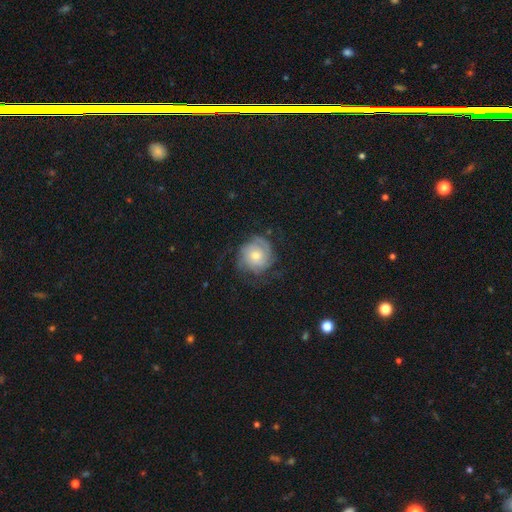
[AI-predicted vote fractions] Overall: featured or disk (63%; smooth 30%). Edge-on disk: no (98%). Bar: no (80%). Spiral arms: yes (87%). Spiral arm count: can't tell (41%; 2 20%). Spiral winding: tight (60%; medium 28%). Bulge size: moderate (56%; small 36%). Merging: none (63%).